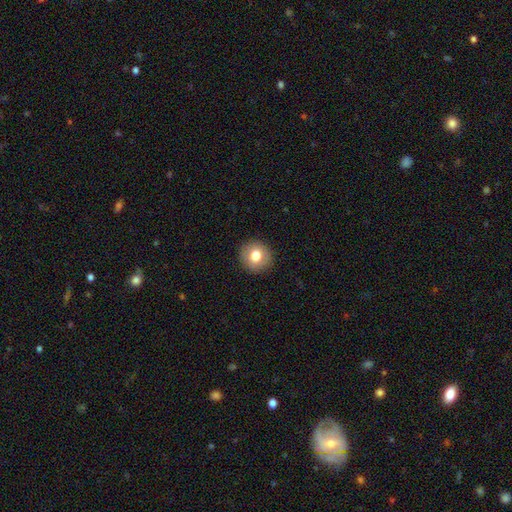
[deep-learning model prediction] A smooth galaxy with no disk features (76%) that is round (92%). Merging: none (91%).